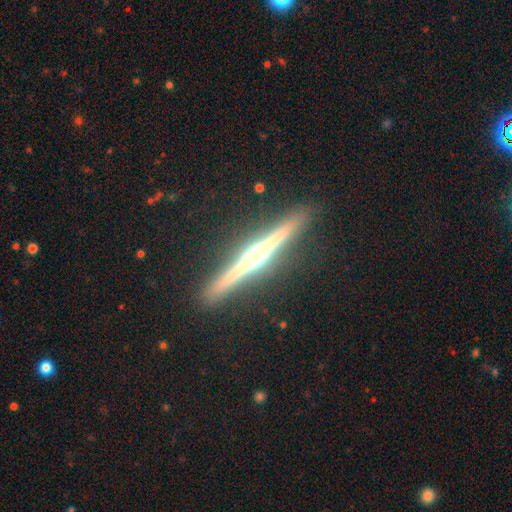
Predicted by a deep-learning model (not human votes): featured or disk 84%, smooth 10%, star or artifact 6%. Down the decision tree: edge-on disk — yes (98%); edge-on bulge — rounded (89%); merging — none (91%).